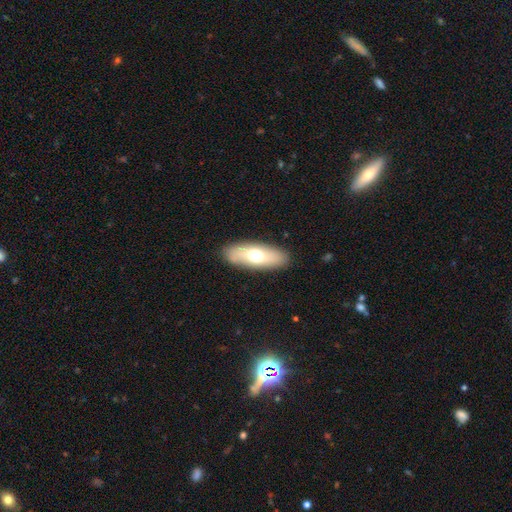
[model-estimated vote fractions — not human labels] This is likely a smooth galaxy (64%). How rounded: likely in between (71%). Merging: clearly none (88%).